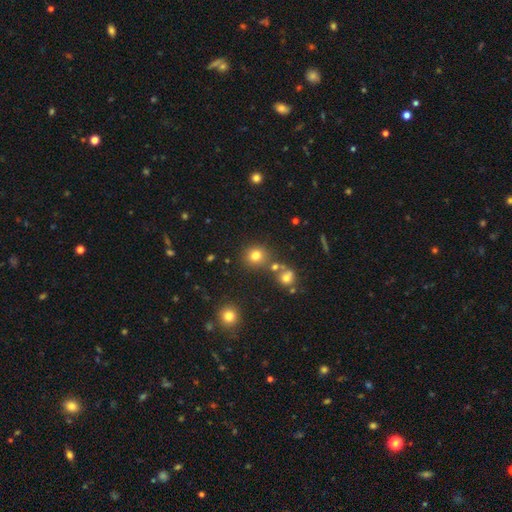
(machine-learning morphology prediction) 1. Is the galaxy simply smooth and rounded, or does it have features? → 76% smooth, 17% star or artifact, 7% featured or disk.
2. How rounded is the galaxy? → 89% round, 10% in between, 1% cigar-shaped.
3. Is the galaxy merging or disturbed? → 77% none, 10% merger, 9% minor disturbance, 4% major disturbance.